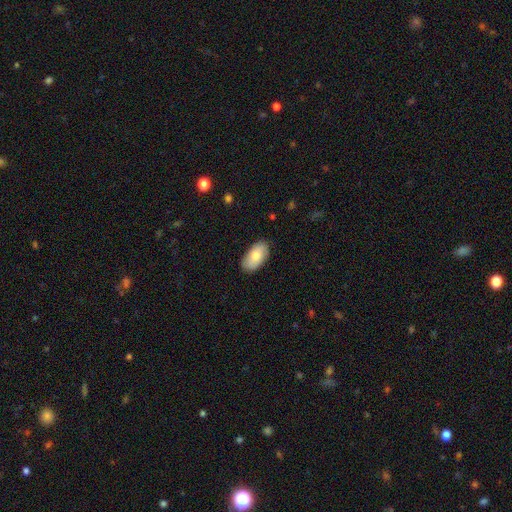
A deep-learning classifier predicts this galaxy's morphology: type=smooth (77%); roundness=in between (95%); merging=none (84%).